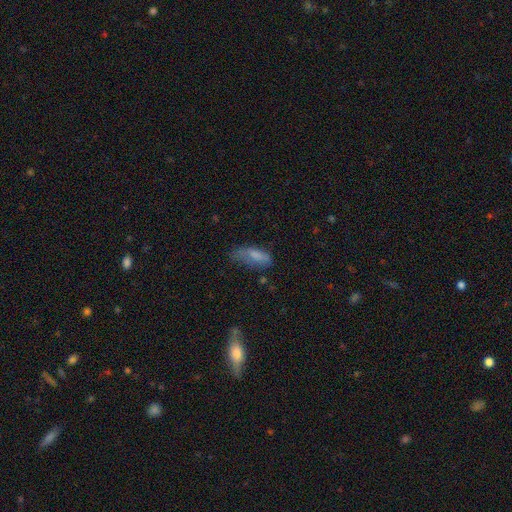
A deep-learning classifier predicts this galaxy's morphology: The model was most divided on "merging": none: 39%, minor disturbance: 36%, major disturbance: 21%, merger: 4%. More confident: smooth or featured — smooth (74%); how rounded — in between (69%).